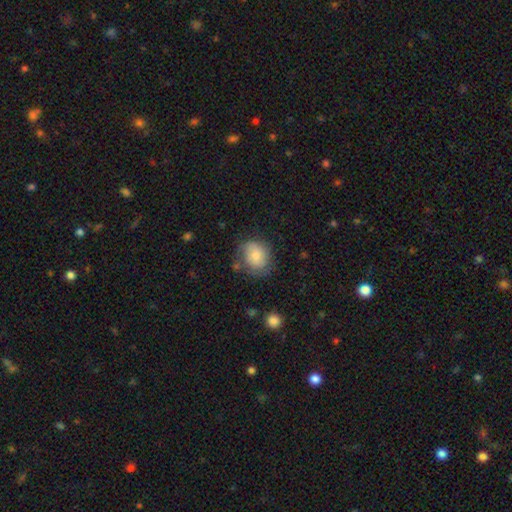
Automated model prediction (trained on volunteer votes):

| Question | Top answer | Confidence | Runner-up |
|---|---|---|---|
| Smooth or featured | smooth | 77% | featured or disk (16%) |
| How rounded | round | 58% | in between (41%) |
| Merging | none | 62% | minor disturbance (26%) |